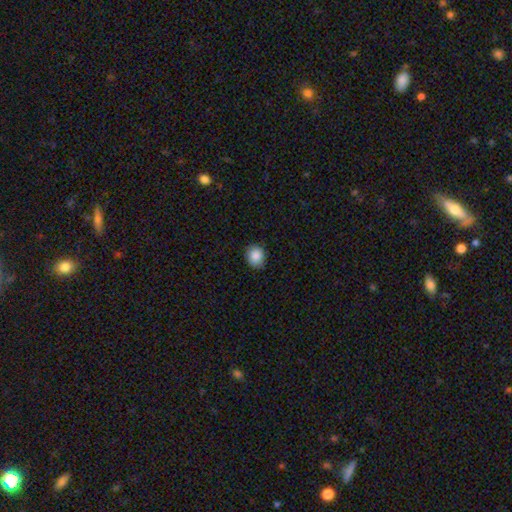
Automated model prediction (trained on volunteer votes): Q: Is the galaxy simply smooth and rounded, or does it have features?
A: smooth — 87%.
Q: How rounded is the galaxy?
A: round — 73%.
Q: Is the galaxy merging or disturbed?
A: none — 85%.